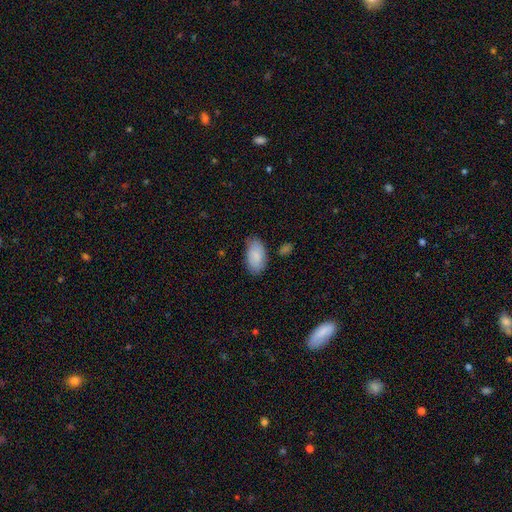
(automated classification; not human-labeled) Smooth or featured? Predicted: smooth (p=0.87). How rounded? Predicted: in between (p=0.95). Merging? Predicted: none (p=0.76).